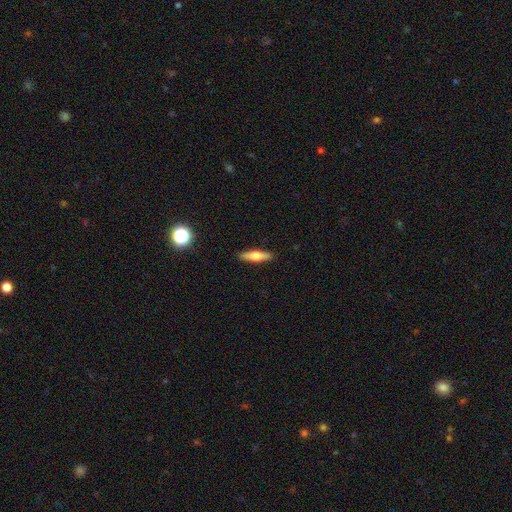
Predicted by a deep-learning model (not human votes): smooth-or-featured: smooth: 61% | featured or disk: 33% | star or artifact: 7%
  how-rounded: cigar-shaped: 71% | in between: 27% | round: 2%
  merging: none: 90% | minor disturbance: 7% | major disturbance: 2% | merger: 1%